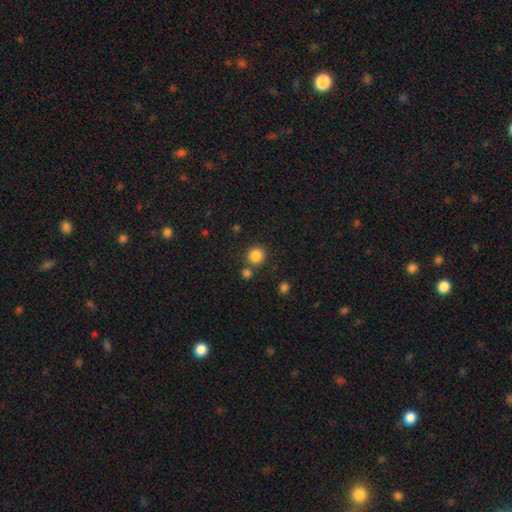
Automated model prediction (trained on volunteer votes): smooth 85%, star or artifact 11%, featured or disk 4%. Down the decision tree: how rounded — round (91%); merging — none (77%).